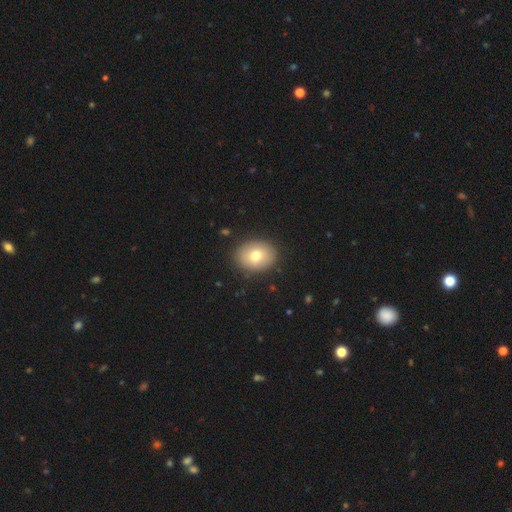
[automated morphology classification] Smooth or featured?
  - smooth: 73% *
  - featured or disk: 18%
  - star or artifact: 9%
How rounded?
  - in between: 55% *
  - round: 44%
  - cigar-shaped: 1%
Merging?
  - none: 87% *
  - minor disturbance: 9%
  - major disturbance: 3%
  - merger: 1%